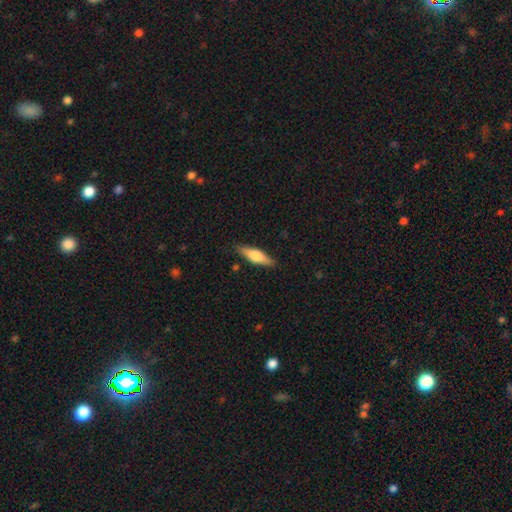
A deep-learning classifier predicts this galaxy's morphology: smooth 52%, featured or disk 42%, star or artifact 6%. Down the decision tree: how rounded — cigar-shaped (56%); merging — none (87%).